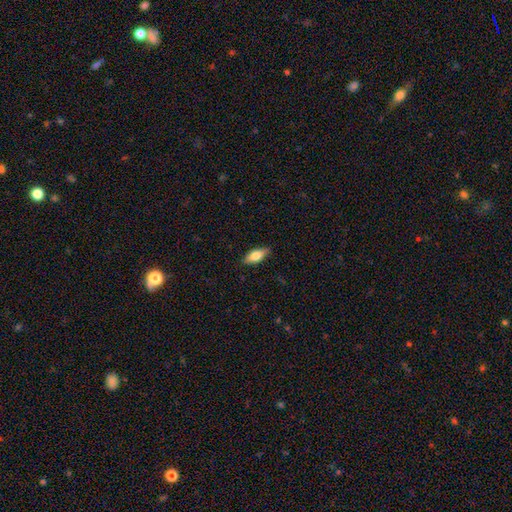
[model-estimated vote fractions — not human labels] A smooth galaxy with no disk features (70%) that is in between round and cigar-shaped (78%). Merging: none (86%).